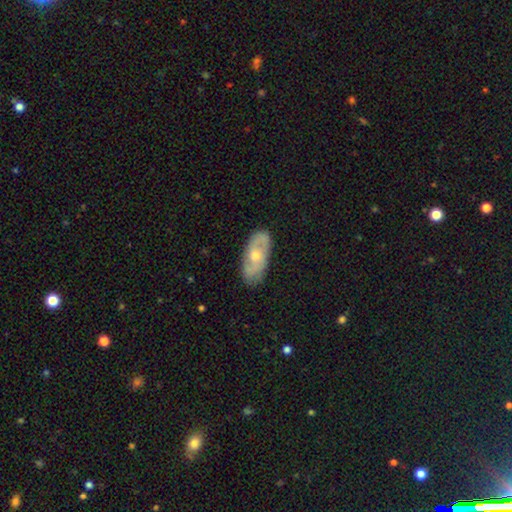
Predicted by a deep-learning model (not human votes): Smooth or featured? Predicted: featured or disk (p=0.59). Edge-on disk? Predicted: no (p=0.88). Bar? Predicted: no (p=0.72). Spiral arms? Predicted: yes (p=0.73). Bulge size? Predicted: moderate (p=0.62). Merging? Predicted: none (p=0.81).